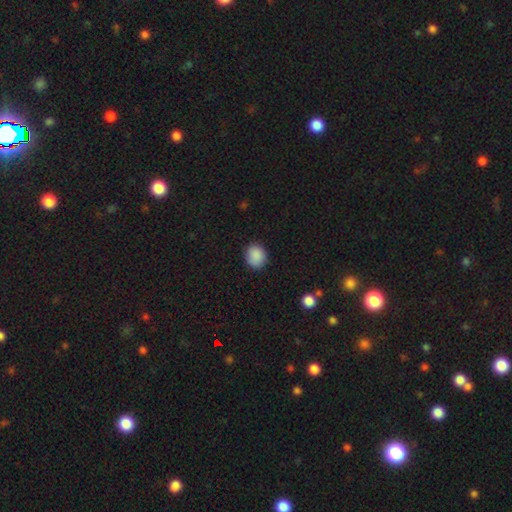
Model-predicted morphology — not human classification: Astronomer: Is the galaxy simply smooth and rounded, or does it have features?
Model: smooth — 88%.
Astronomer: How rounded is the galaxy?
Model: round — 75%.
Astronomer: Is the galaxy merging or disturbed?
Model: none — 87%.